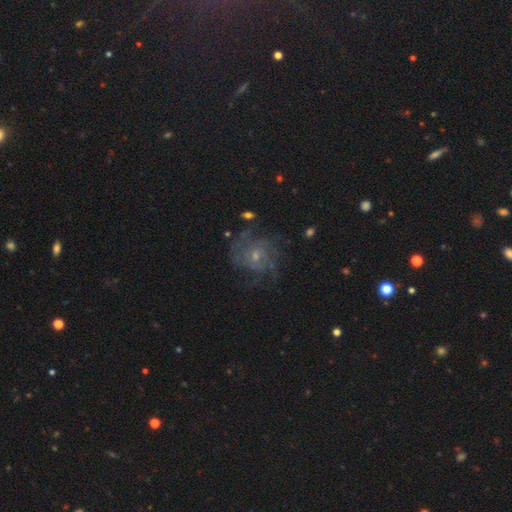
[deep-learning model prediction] A featured or disk galaxy (73%) with no bar (73%), tight (42%) spiral arms (84%) and a small central bulge (62%). Merging: none (63%).